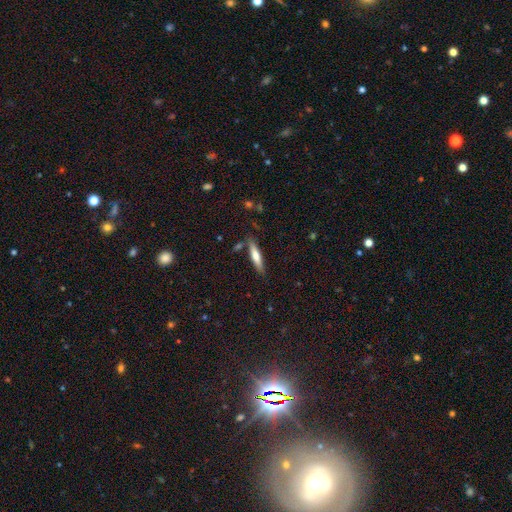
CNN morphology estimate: This is possibly a smooth galaxy (60%). How rounded: clearly cigar-shaped (84%). Merging: clearly none (82%).